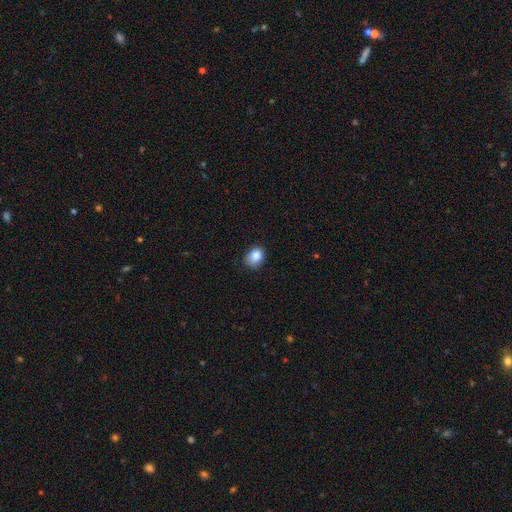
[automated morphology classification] Smooth or featured: smooth — 82% (star or artifact — 10%)
How rounded: in between — 51% (round — 48%)
Merging: none — 69% (minor disturbance — 25%)